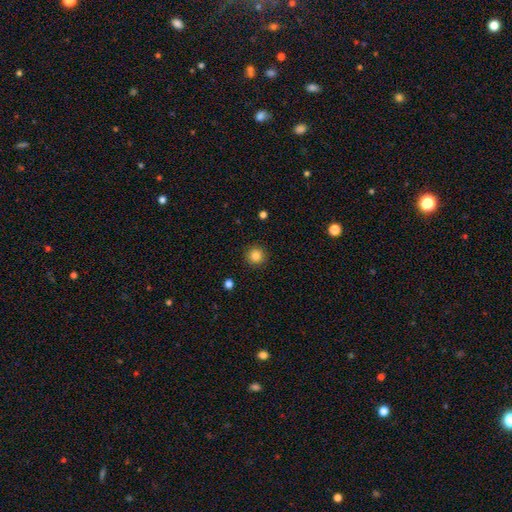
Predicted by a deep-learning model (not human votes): Smooth or featured? smooth (84%)
How rounded? round (95%)
Merging? none (92%)